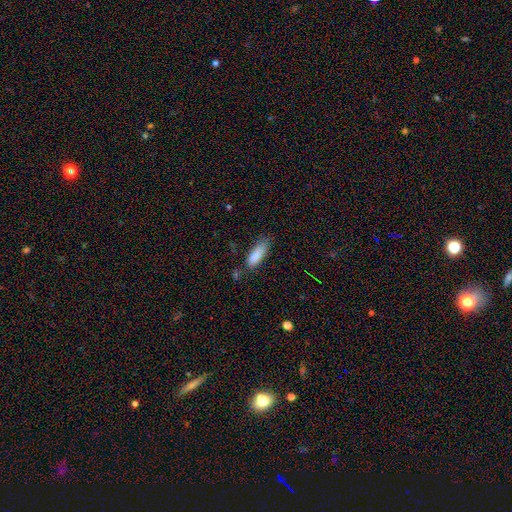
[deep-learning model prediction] The model was most divided on "how rounded": in between: 57%, cigar-shaped: 41%, round: 2%. More confident: smooth or featured — smooth (84%); merging — none (59%).